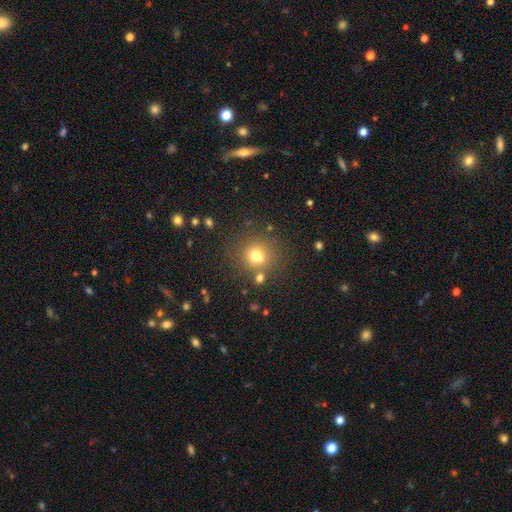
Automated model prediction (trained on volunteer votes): Overall: smooth (68%). How rounded: round (85%). Merging: none (66%).